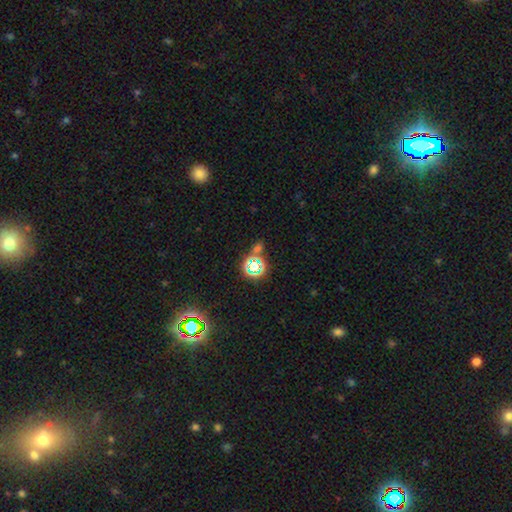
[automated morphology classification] A star or artifact, not a galaxy (60%).